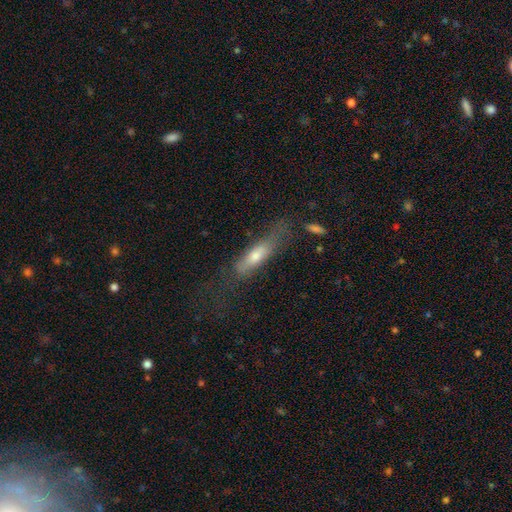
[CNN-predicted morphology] This appears to be a smooth galaxy with no disk features (61%) that is cigar-shaped (63%). Merging: none (43%).